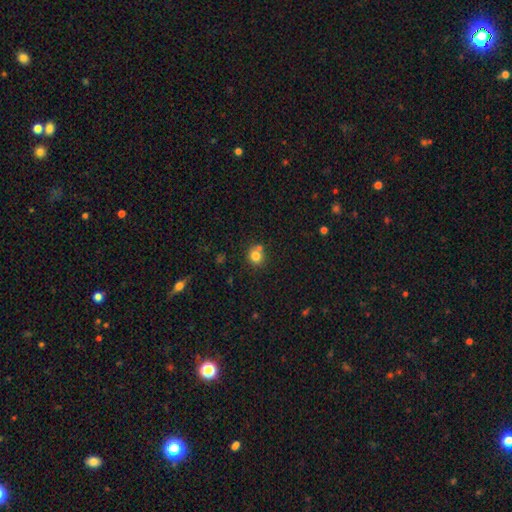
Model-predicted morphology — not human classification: type=smooth (80%); roundness=round (82%); merging=none (66%).